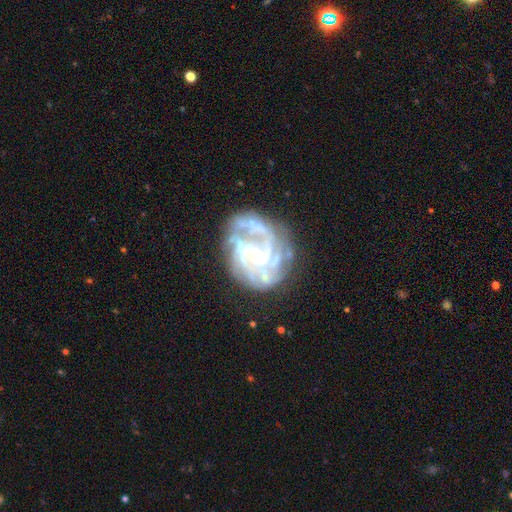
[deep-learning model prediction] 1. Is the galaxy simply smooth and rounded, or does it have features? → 87% featured or disk, 7% star or artifact, 6% smooth.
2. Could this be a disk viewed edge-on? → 98% no, 2% yes.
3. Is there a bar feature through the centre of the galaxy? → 53% no, 35% weak, 12% strong.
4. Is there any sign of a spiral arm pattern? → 93% yes, 7% no.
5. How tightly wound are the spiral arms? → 53% tight, 37% medium, 11% loose.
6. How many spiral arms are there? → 29% can't tell, 23% 3, 19% 2, 15% 4, 7% more than 4, 6% 1.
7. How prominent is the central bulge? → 51% small, 44% moderate, 2% large, 2% none, 1% dominant.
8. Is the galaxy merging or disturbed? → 64% none, 19% minor disturbance, 14% major disturbance, 3% merger.